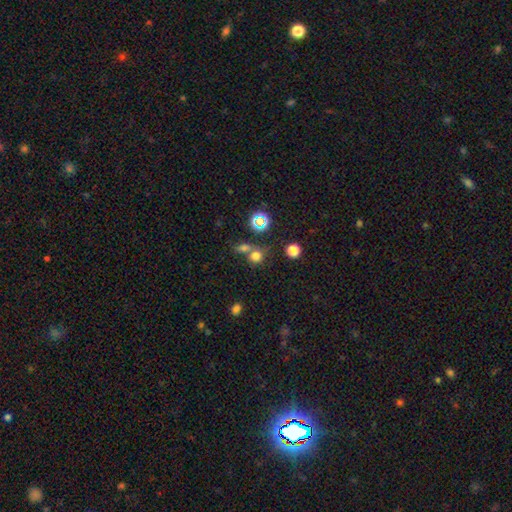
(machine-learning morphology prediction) The model was most divided on "merging": none: 51%, merger: 34%, minor disturbance: 10%, major disturbance: 5%. More confident: how rounded — round (77%); smooth or featured — smooth (70%).